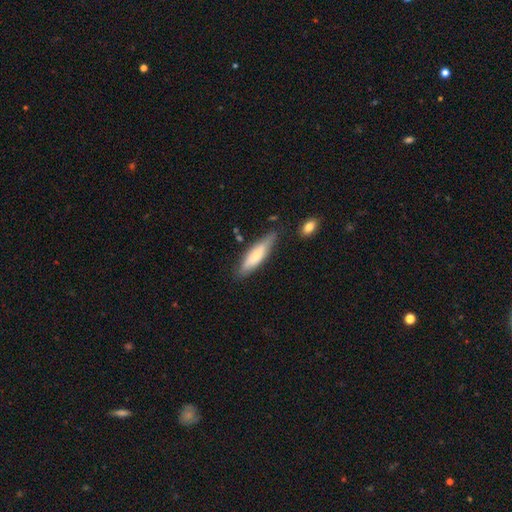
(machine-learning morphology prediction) smooth-or-featured: smooth: 67% | featured or disk: 27% | star or artifact: 6%
  how-rounded: cigar-shaped: 66% | in between: 32% | round: 1%
  merging: none: 74% | minor disturbance: 19% | major disturbance: 4% | merger: 3%